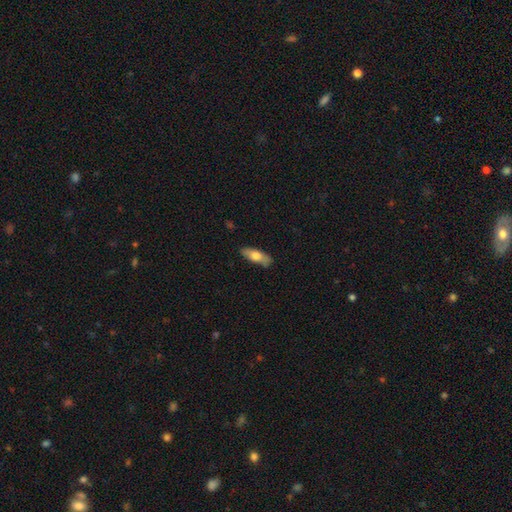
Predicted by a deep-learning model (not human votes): A smooth galaxy with no disk features (68%) that is in between round and cigar-shaped (64%). Merging: none (82%).